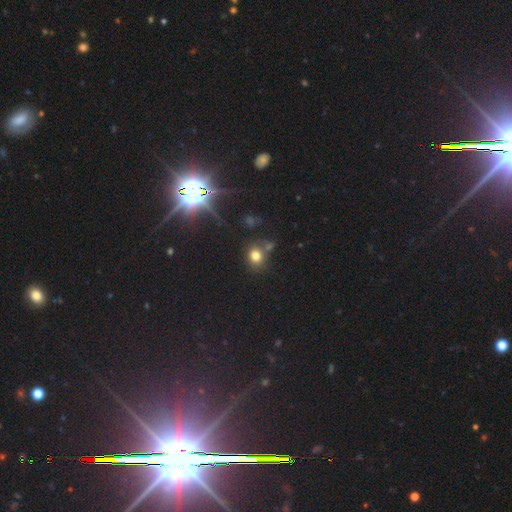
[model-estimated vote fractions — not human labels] Smooth or featured?
  - smooth: 74% *
  - star or artifact: 18%
  - featured or disk: 8%
How rounded?
  - round: 77% *
  - in between: 21%
  - cigar-shaped: 1%
Merging?
  - none: 68% *
  - merger: 15%
  - minor disturbance: 12%
  - major disturbance: 5%